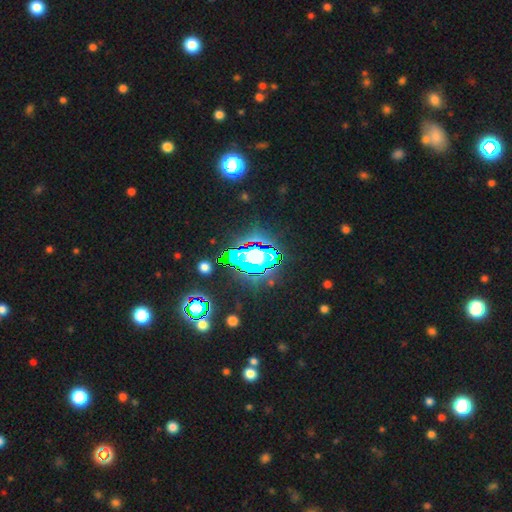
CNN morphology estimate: type=star or artifact (67%).